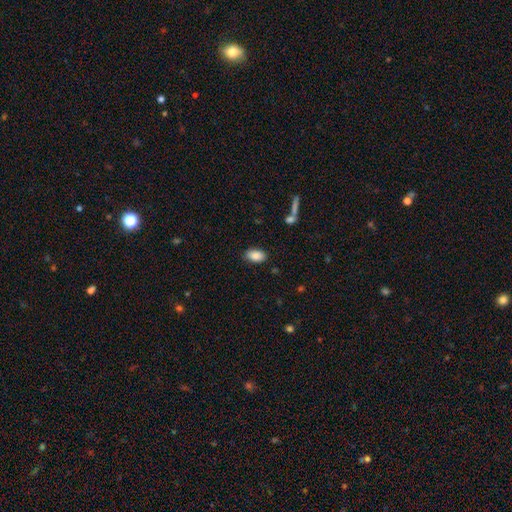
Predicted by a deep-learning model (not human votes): A smooth galaxy with no disk features (87%) that is in between round and cigar-shaped (93%). Merging: none (85%).